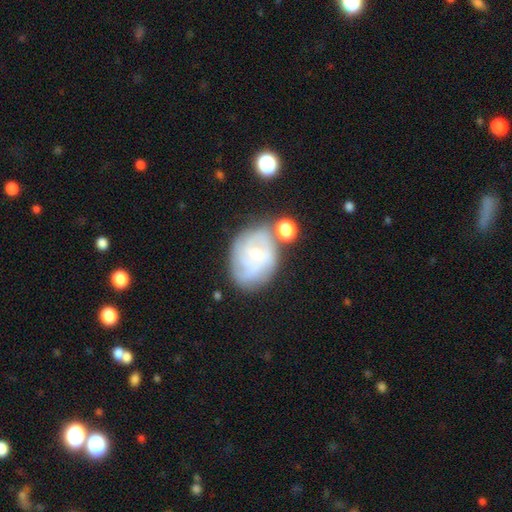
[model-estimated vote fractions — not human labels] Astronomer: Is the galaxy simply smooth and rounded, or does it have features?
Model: featured or disk — 66%.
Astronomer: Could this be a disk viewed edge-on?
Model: no — 97%.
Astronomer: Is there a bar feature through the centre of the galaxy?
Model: no — 62%.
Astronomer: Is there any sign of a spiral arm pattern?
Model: yes — 84%.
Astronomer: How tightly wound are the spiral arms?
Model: tight — 54% (runner-up: medium, 34%).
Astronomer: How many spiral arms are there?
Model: can't tell — 46%.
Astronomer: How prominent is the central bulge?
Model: small — 66%.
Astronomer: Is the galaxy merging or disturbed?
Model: none — 58%.